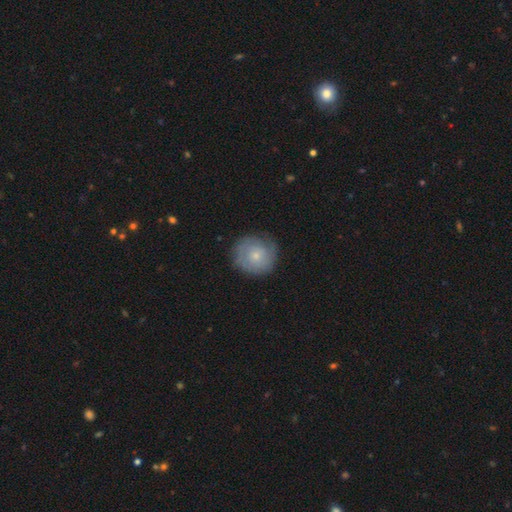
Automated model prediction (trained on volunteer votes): Morphology: type=smooth (52%); roundness=round (91%); merging=none (77%).